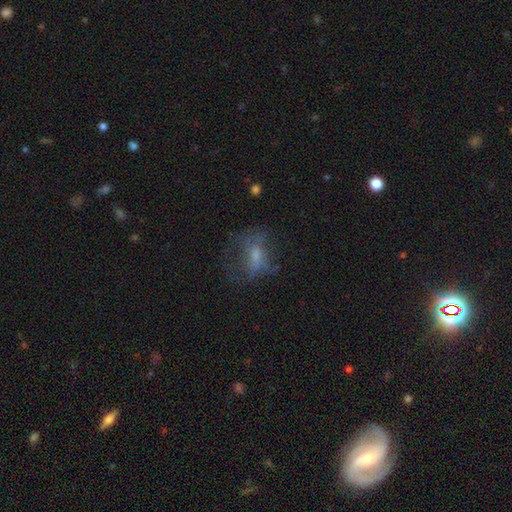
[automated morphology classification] smooth 43%, featured or disk 40%, star or artifact 17%. Down the decision tree: merging — none (45%).